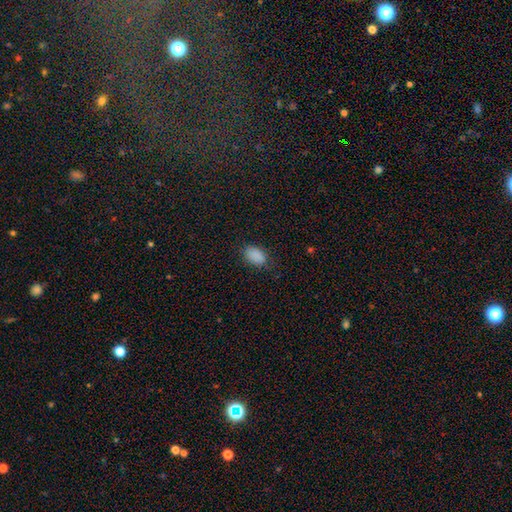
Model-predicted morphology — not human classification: Q: Smooth or featured?
A: smooth (89%); runner-up: star or artifact (8%)
Q: How rounded?
A: in between (90%); runner-up: round (8%)
Q: Merging?
A: none (81%); runner-up: minor disturbance (14%)